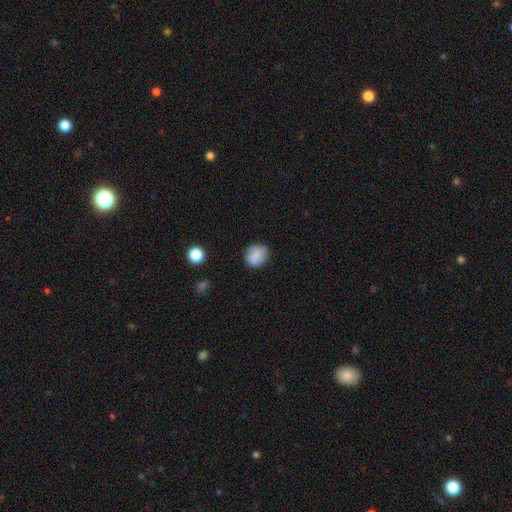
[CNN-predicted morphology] Q: Smooth or featured?
A: smooth (81%); runner-up: featured or disk (10%)
Q: How rounded?
A: round (77%); runner-up: in between (22%)
Q: Merging?
A: none (79%); runner-up: minor disturbance (15%)